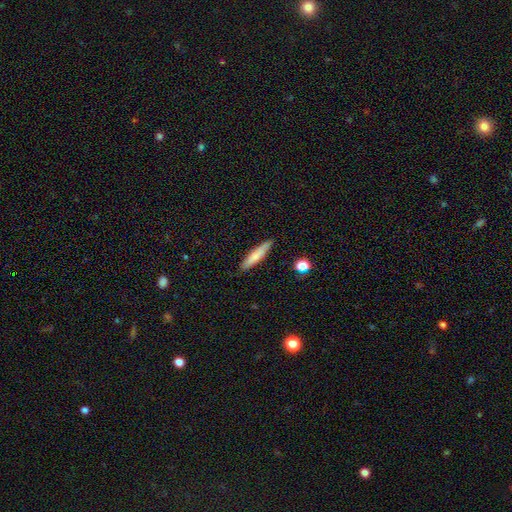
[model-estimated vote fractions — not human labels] Smooth or featured? Predicted: smooth (p=0.72). How rounded? Predicted: cigar-shaped (p=0.87). Merging? Predicted: none (p=0.87).